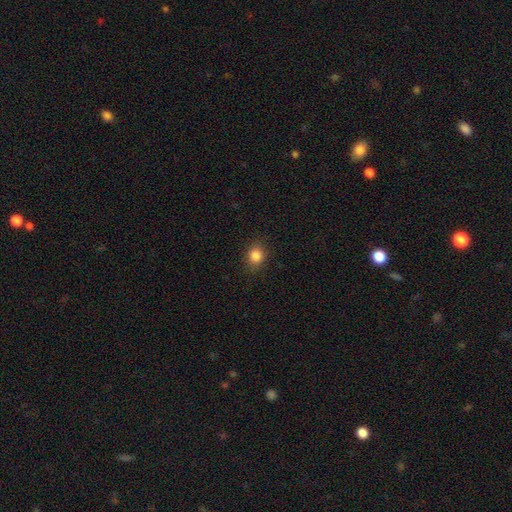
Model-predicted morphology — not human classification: A smooth galaxy with no disk features (84%) that is round (63%). Merging: none (87%).